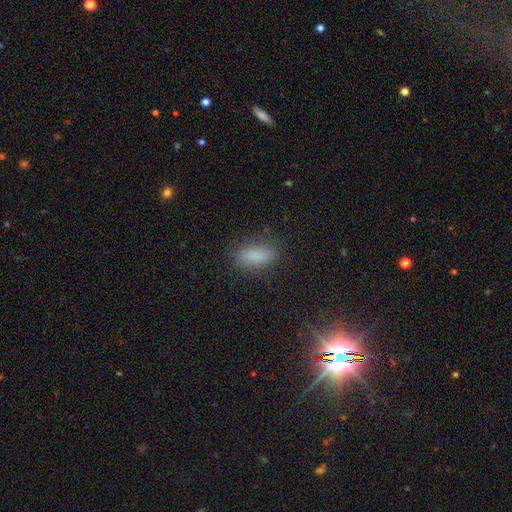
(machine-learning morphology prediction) Smooth or featured? Predicted: smooth (p=0.83). How rounded? Predicted: in between (p=0.81). Merging? Predicted: none (p=0.84).